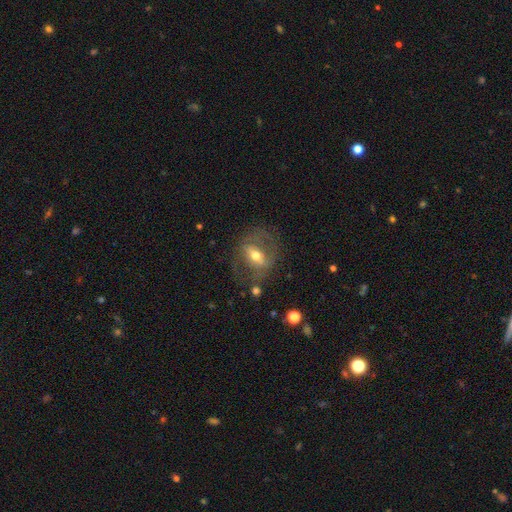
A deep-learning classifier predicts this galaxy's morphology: Q: Smooth or featured?
A: featured or disk (64%); runner-up: smooth (28%)
Q: Edge-on disk?
A: no (84%); runner-up: yes (16%)
Q: Bar?
A: strong (50%); runner-up: weak (30%)
Q: Spiral arms?
A: no (54%); runner-up: yes (46%)
Q: Bulge size?
A: moderate (72%); runner-up: small (16%)
Q: Merging?
A: none (60%); runner-up: minor disturbance (19%)